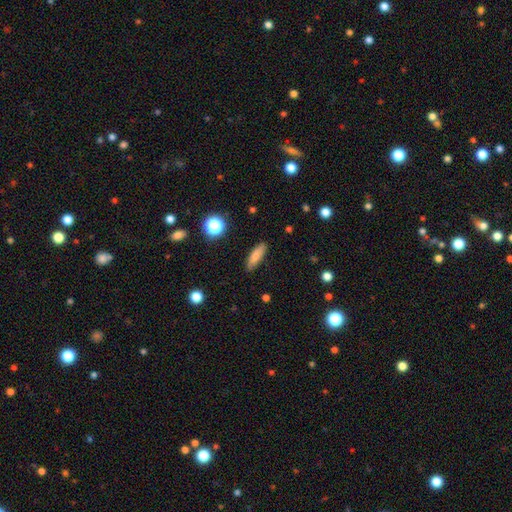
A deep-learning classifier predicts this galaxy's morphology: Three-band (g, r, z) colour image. It shows a smooth galaxy with no disk features (82%) that is cigar-shaped (56%). Merging: none (87%).